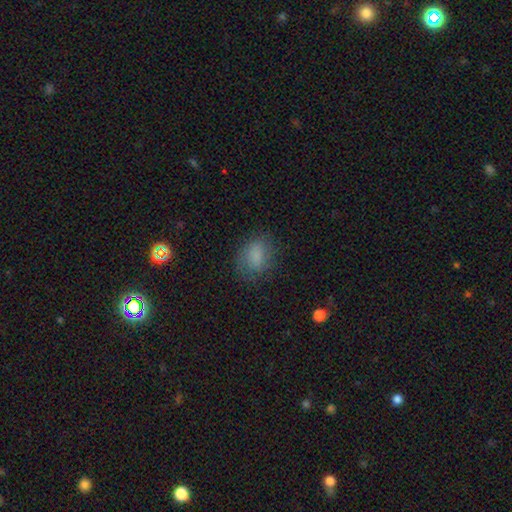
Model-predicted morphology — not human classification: smooth 78%, featured or disk 11%, star or artifact 11%. Down the decision tree: how rounded — in between (68%); merging — none (71%).